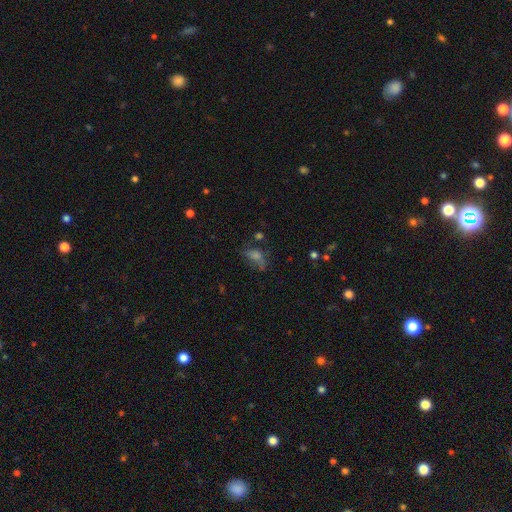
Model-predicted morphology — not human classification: smooth 44%, featured or disk 30%, star or artifact 26%. Down the decision tree: merging — none (49%).